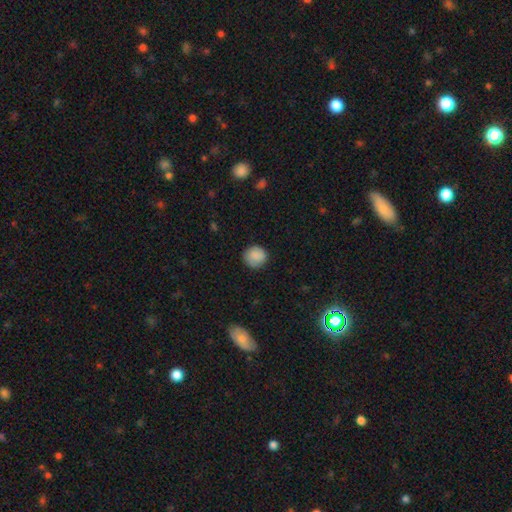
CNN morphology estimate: Smooth or featured? Predicted: smooth (p=0.87). How rounded? Predicted: round (p=0.91). Merging? Predicted: none (p=0.84).